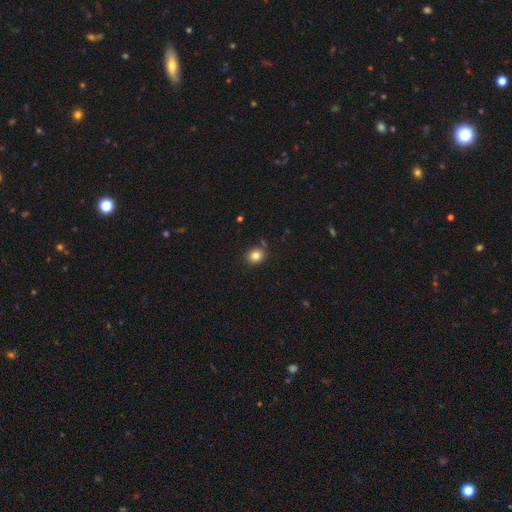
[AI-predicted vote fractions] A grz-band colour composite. It shows a smooth galaxy with no disk features (82%) that is round (72%). Merging: none (83%).